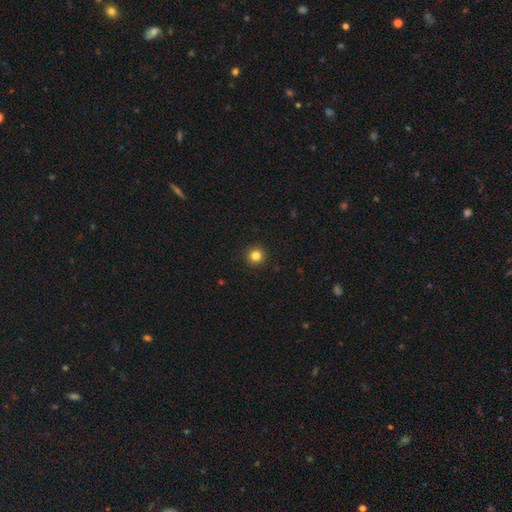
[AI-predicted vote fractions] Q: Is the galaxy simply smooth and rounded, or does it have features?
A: smooth — 83%.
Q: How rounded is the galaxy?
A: round — 95%.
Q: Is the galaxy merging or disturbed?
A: none — 93%.